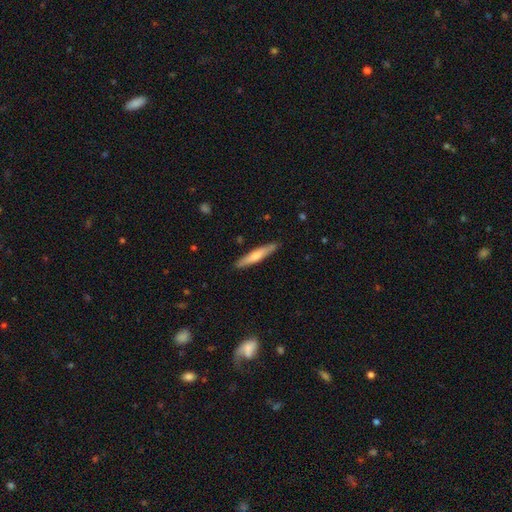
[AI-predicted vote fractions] smooth-or-featured: smooth: 64% | featured or disk: 31% | star or artifact: 5%
  how-rounded: cigar-shaped: 91% | in between: 8% | round: 1%
  merging: none: 89% | minor disturbance: 8% | major disturbance: 1% | merger: 1%